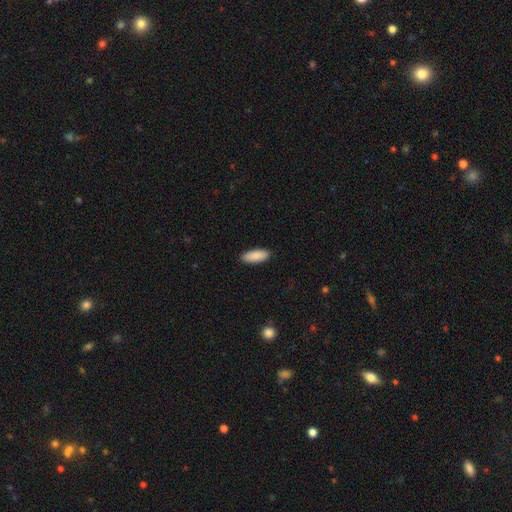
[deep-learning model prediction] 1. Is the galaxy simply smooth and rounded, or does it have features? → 90% smooth, 6% star or artifact, 4% featured or disk.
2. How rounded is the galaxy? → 75% in between, 23% cigar-shaped, 2% round.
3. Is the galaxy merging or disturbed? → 90% none, 7% minor disturbance, 2% major disturbance, 1% merger.